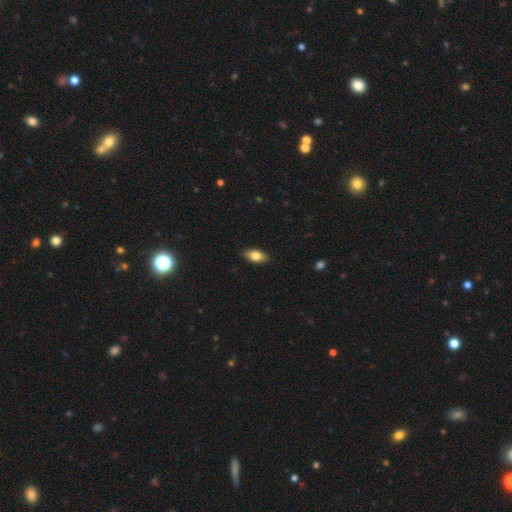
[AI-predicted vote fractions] Morphology: type=smooth (79%); roundness=in between (89%); merging=none (88%).